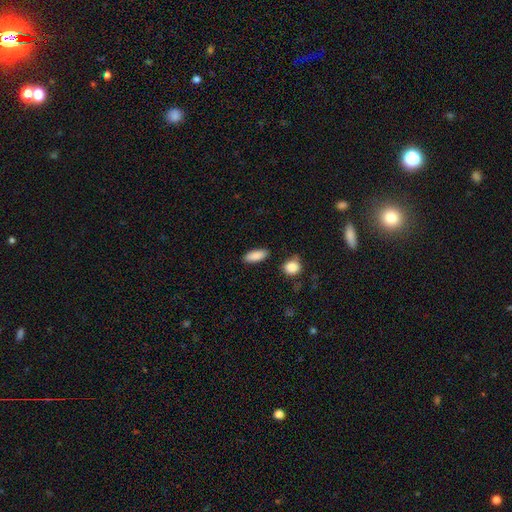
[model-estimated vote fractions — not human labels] Overall: smooth (88%). How rounded: in between (78%). Merging: none (85%).